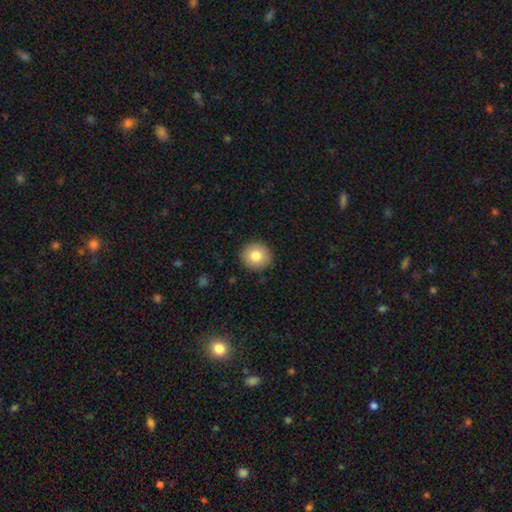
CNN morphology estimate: smooth_or_featured: smooth (p=0.81) [alt: featured or disk p=0.10]
how_rounded: round (p=0.91) [alt: in between p=0.09]
merging: none (p=0.91) [alt: minor disturbance p=0.06]